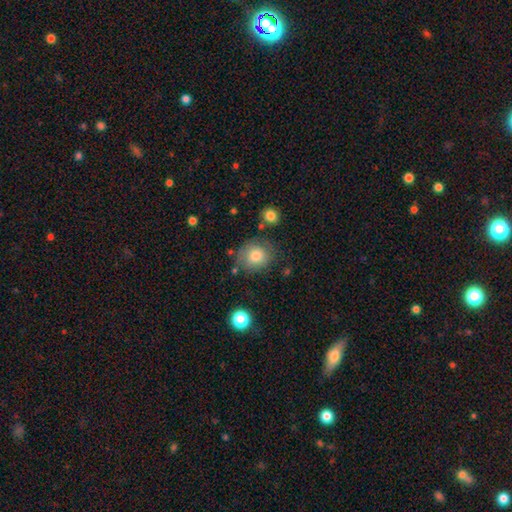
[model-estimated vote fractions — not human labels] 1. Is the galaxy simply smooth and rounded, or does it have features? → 80% smooth, 11% featured or disk, 9% star or artifact.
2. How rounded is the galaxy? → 80% round, 20% in between, 1% cigar-shaped.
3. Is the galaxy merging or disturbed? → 72% none, 17% minor disturbance, 6% major disturbance, 5% merger.